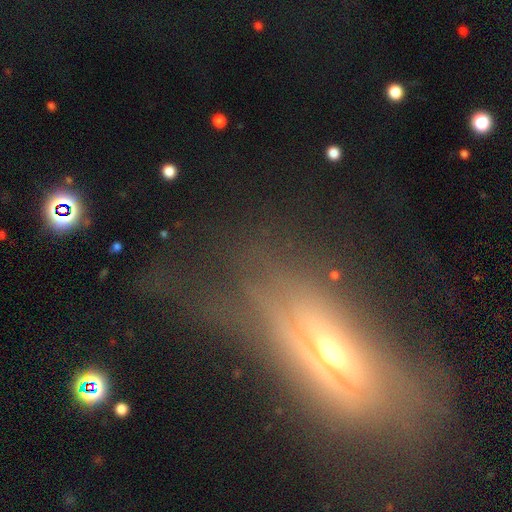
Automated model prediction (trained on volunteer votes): Smooth or featured? Predicted: featured or disk (p=0.60). Edge-on disk? Predicted: yes (p=0.58). Merging? Predicted: none (p=0.55).